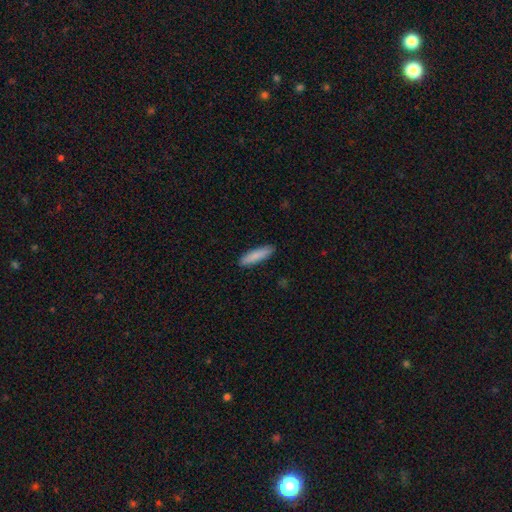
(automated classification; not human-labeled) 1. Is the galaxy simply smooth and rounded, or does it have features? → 86% smooth, 9% featured or disk, 6% star or artifact.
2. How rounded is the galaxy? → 78% cigar-shaped, 21% in between, 1% round.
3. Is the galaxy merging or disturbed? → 90% none, 8% minor disturbance, 2% major disturbance, 1% merger.